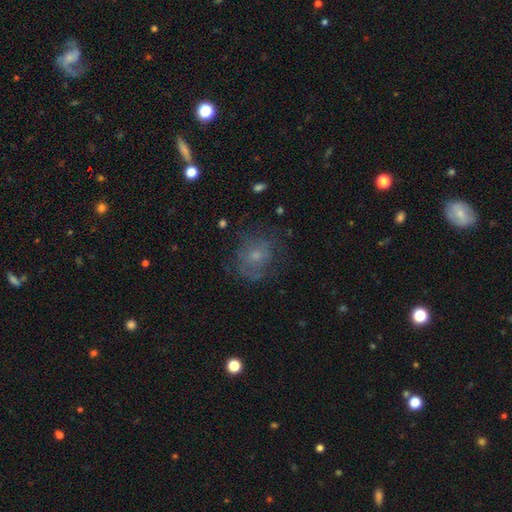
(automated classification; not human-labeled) Smooth or featured?
  - smooth: 50% *
  - featured or disk: 34%
  - star or artifact: 16%
How rounded?
  - round: 70% *
  - in between: 29%
  - cigar-shaped: 1%
Merging?
  - none: 64% *
  - minor disturbance: 20%
  - major disturbance: 14%
  - merger: 2%